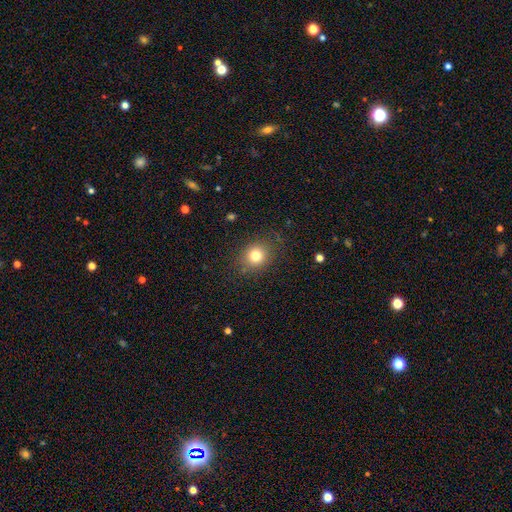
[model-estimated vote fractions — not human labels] Smooth or featured? smooth (78%)
How rounded? round (73%)
Merging? none (83%)